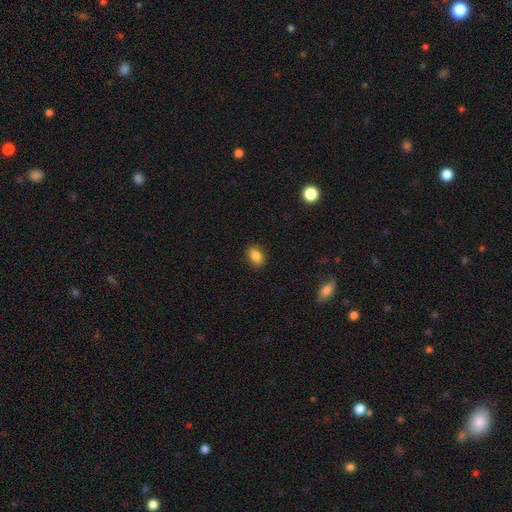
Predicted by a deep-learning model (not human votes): This is clearly a smooth galaxy (86%). How rounded: likely in between (77%). Merging: clearly none (87%).